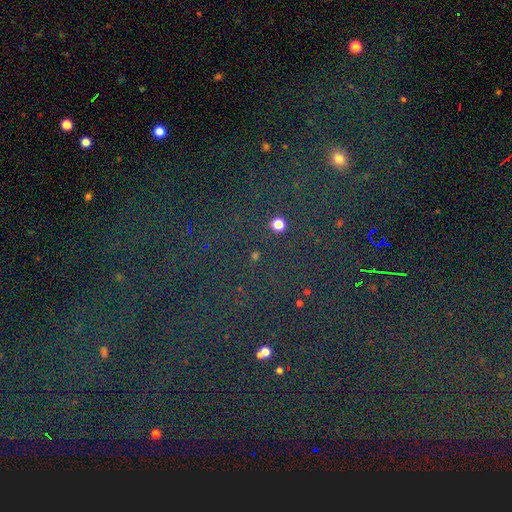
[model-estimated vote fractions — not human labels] A star or artifact, not a galaxy (82%).